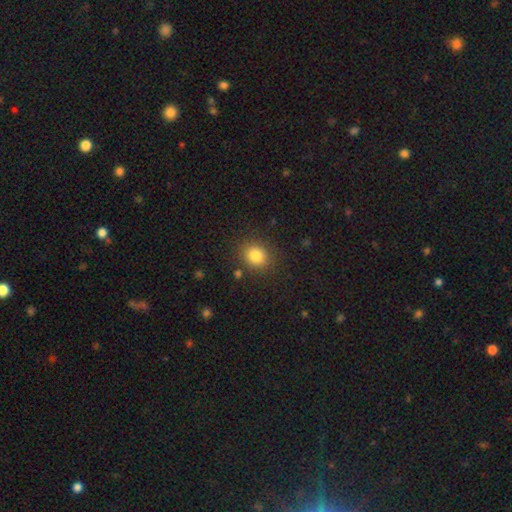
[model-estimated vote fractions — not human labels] This is clearly a smooth galaxy (83%). How rounded: likely round (72%). Merging: clearly none (86%).